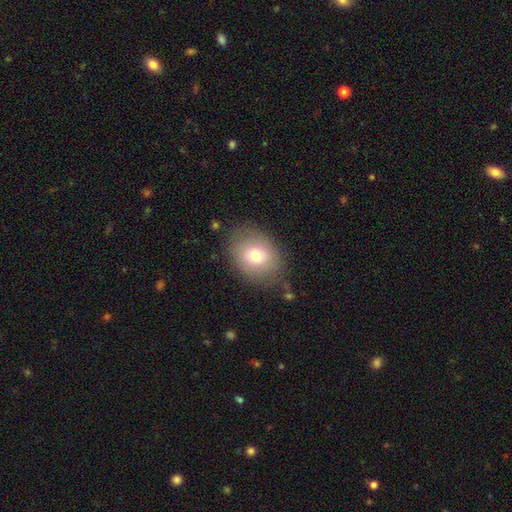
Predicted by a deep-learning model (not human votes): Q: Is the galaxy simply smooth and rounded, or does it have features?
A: smooth — 73%.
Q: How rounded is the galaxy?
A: in between — 61%.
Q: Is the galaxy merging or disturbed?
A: none — 77%.